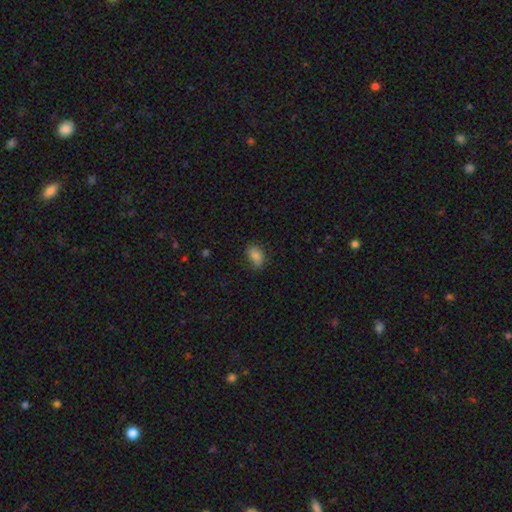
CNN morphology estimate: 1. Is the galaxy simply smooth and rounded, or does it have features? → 83% smooth, 10% star or artifact, 7% featured or disk.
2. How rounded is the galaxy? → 81% in between, 18% round, 2% cigar-shaped.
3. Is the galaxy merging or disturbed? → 74% none, 20% minor disturbance, 4% major disturbance, 1% merger.